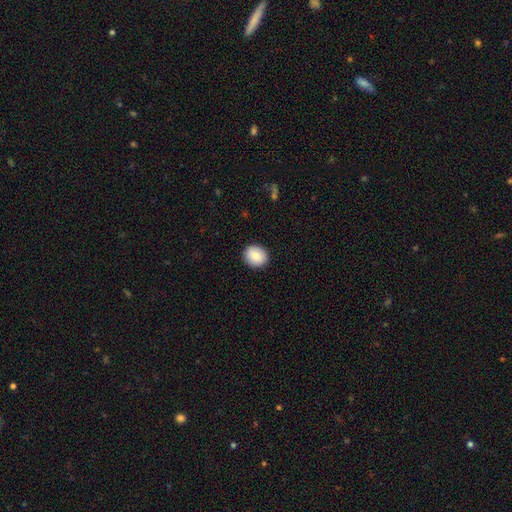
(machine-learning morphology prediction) type=smooth (82%); roundness=round (79%); merging=none (91%).